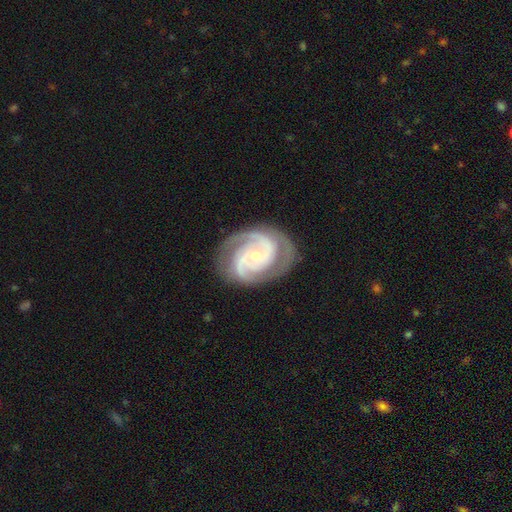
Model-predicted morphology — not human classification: Q: Smooth or featured?
A: featured or disk (93%); runner-up: smooth (4%)
Q: Edge-on disk?
A: no (98%); runner-up: yes (2%)
Q: Bar?
A: no (60%); runner-up: weak (31%)
Q: Spiral arms?
A: yes (98%); runner-up: no (2%)
Q: Spiral winding?
A: tight (59%); runner-up: medium (37%)
Q: Spiral arm count?
A: 2 (47%); runner-up: 3 (37%)
Q: Bulge size?
A: small (52%); runner-up: moderate (45%)
Q: Merging?
A: none (80%); runner-up: minor disturbance (15%)